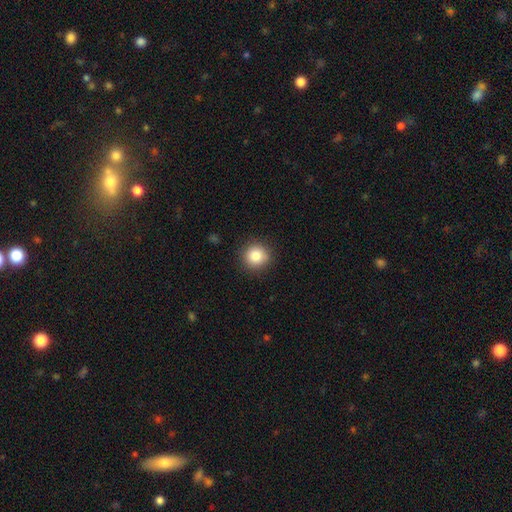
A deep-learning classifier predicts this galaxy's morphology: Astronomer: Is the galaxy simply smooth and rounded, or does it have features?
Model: smooth — 82%.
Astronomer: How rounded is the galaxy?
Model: round — 92%.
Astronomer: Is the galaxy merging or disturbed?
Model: none — 90%.